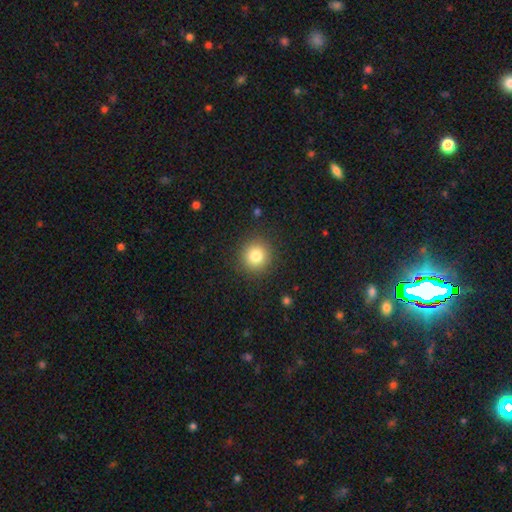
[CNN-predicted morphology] smooth 81%, star or artifact 11%, featured or disk 7%. Down the decision tree: how rounded — round (93%); merging — none (90%).